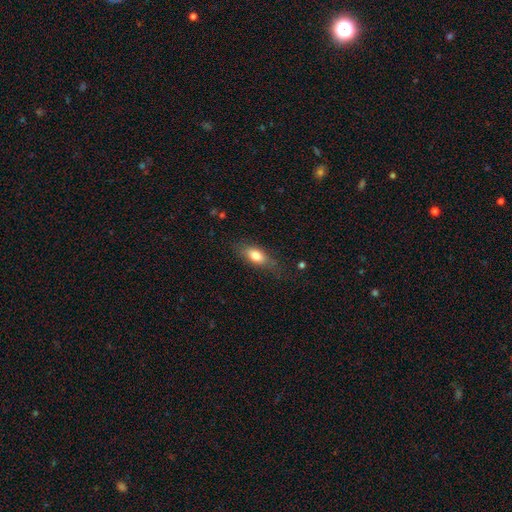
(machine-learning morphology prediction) Overall: smooth (78%). How rounded: in between (81%). Merging: none (71%).